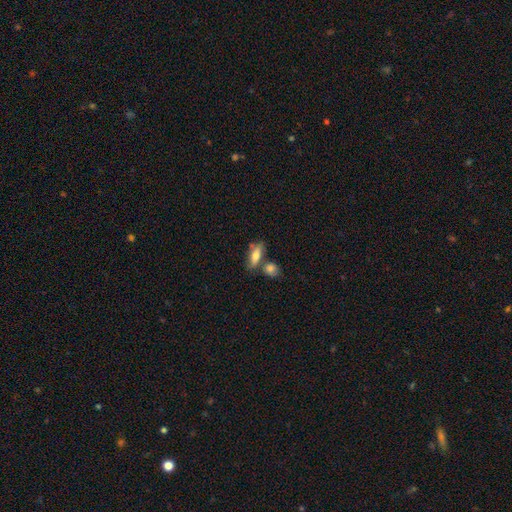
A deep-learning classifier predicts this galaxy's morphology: This is likely a smooth galaxy (70%). How rounded: likely in between (68%). Merging: possibly none (57%).